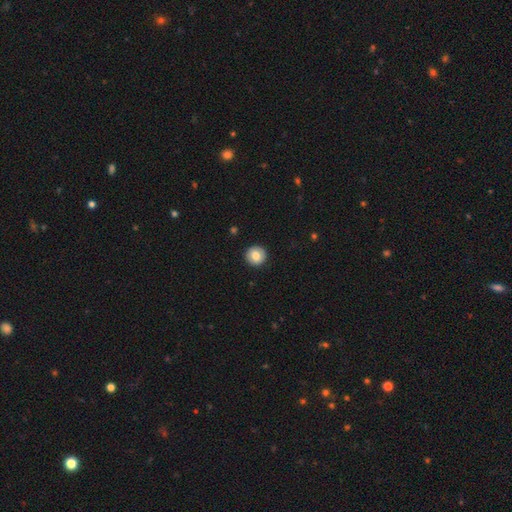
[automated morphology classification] Smooth or featured?
  - smooth: 82% *
  - featured or disk: 11%
  - star or artifact: 8%
How rounded?
  - round: 94% *
  - in between: 5%
  - cigar-shaped: 1%
Merging?
  - none: 92% *
  - minor disturbance: 5%
  - major disturbance: 2%
  - merger: 1%